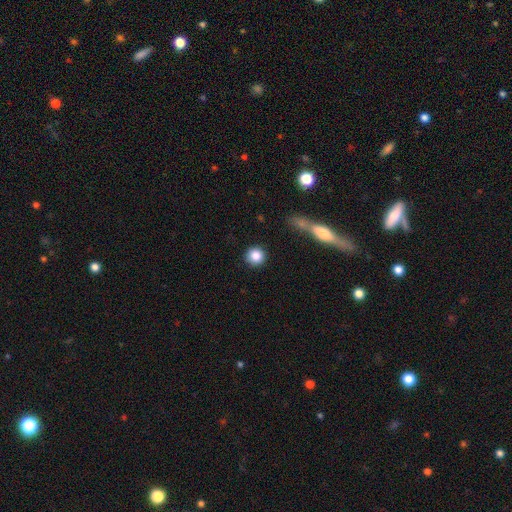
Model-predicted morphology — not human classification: Smooth or featured: smooth — 85% (star or artifact — 9%)
How rounded: round — 92% (in between — 6%)
Merging: none — 87% (minor disturbance — 7%)